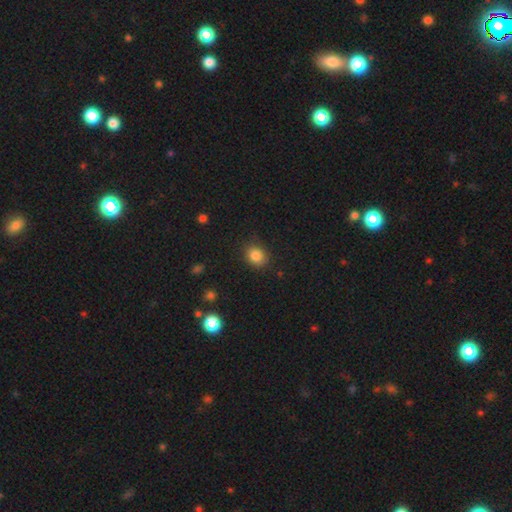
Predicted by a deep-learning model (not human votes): Overall: smooth (85%). How rounded: round (58%; in between 41%). Merging: none (84%).